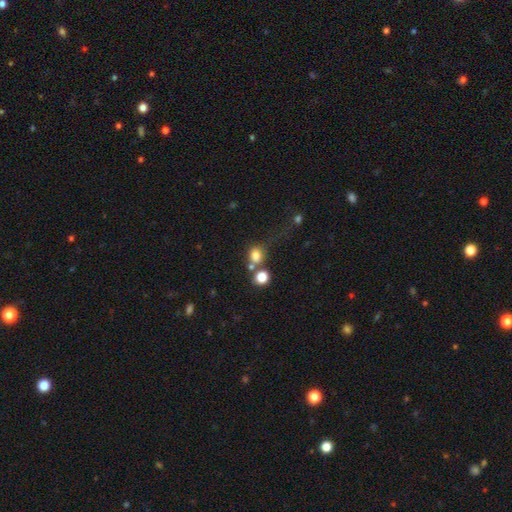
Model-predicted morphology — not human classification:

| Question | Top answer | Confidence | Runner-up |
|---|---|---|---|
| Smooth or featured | smooth | 77% | star or artifact (14%) |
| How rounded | round | 69% | in between (30%) |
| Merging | none | 47% | merger (31%) |